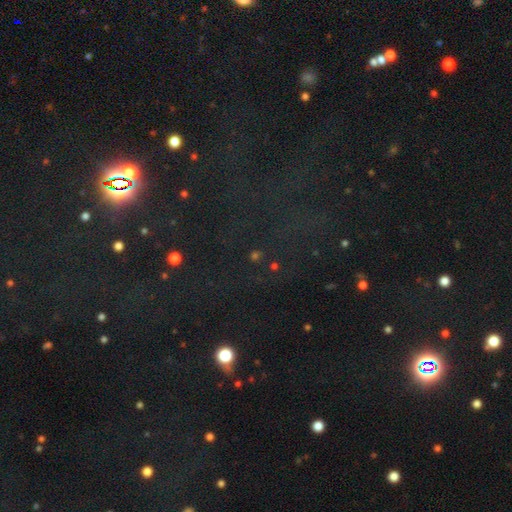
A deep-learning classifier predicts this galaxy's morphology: Smooth or featured: star or artifact — 68% (smooth — 22%)